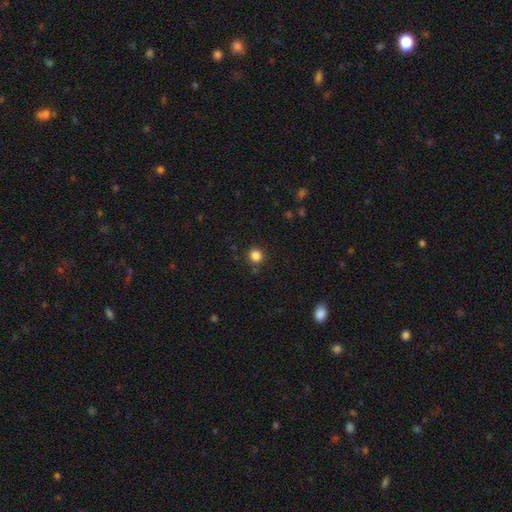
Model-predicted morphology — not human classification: Smooth or featured? Predicted: smooth (p=0.84). How rounded? Predicted: round (p=0.91). Merging? Predicted: none (p=0.88).